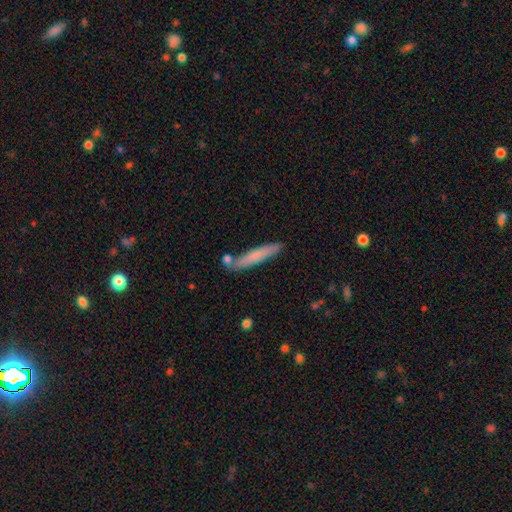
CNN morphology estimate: Overall: smooth (70%). How rounded: cigar-shaped (93%). Merging: none (80%).